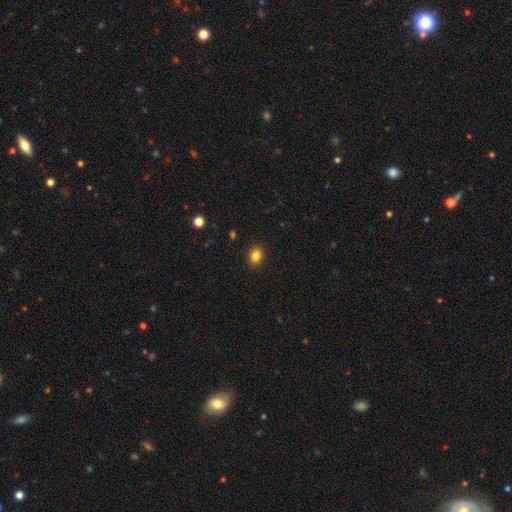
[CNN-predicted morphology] A smooth galaxy with no disk features (84%) that is round (50%).

Vote fractions:
- Smooth or featured? smooth: 84% / star or artifact: 11% / featured or disk: 5%
- How rounded? round: 50% / in between: 49% / cigar-shaped: 1%
- Merging? none: 90% / minor disturbance: 7% / major disturbance: 2% / merger: 1%